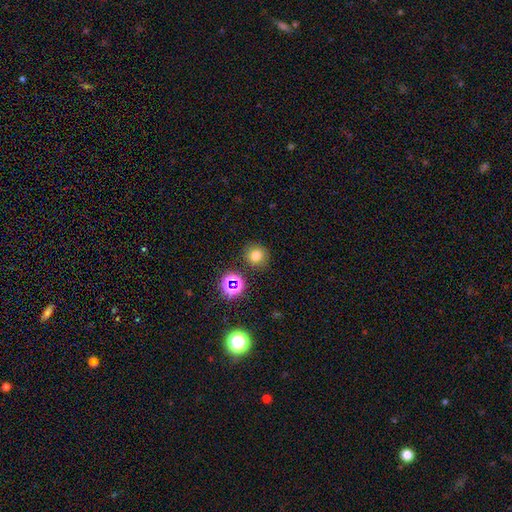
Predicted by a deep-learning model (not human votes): smooth-or-featured: smooth: 72% | star or artifact: 20% | featured or disk: 8%
  how-rounded: round: 88% | in between: 11% | cigar-shaped: 1%
  merging: none: 85% | minor disturbance: 9% | major disturbance: 3% | merger: 3%